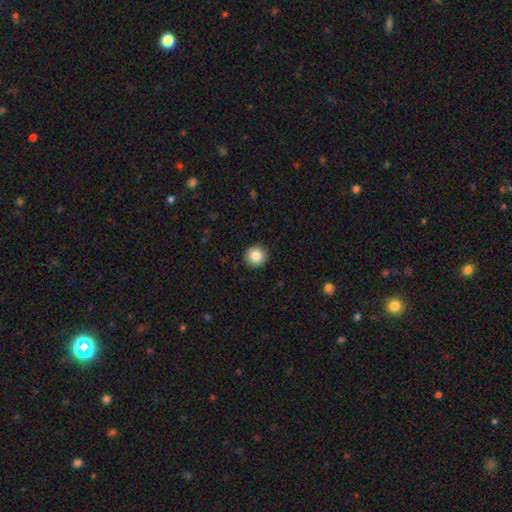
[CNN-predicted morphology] Overall: smooth (85%). How rounded: round (95%). Merging: none (93%).